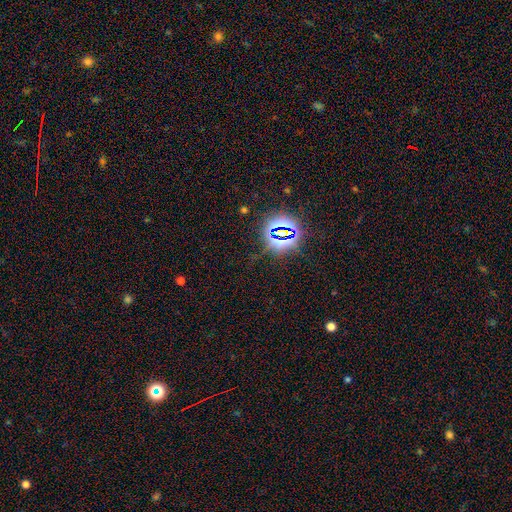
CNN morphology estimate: smooth-or-featured: star or artifact: 79% | smooth: 13% | featured or disk: 8%